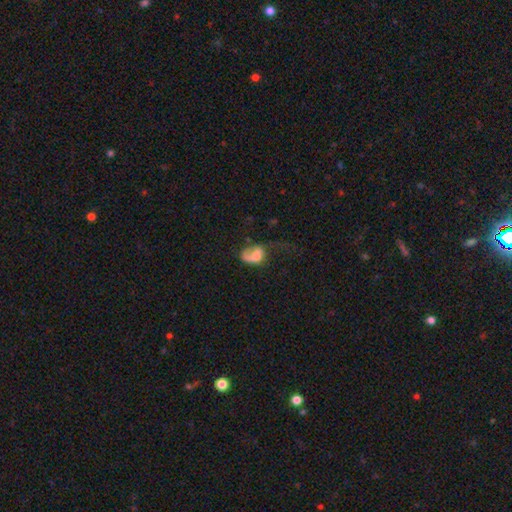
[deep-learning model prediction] This is possibly a smooth galaxy (50%). How rounded: likely in between (78%). Merging: possibly major disturbance (54%).